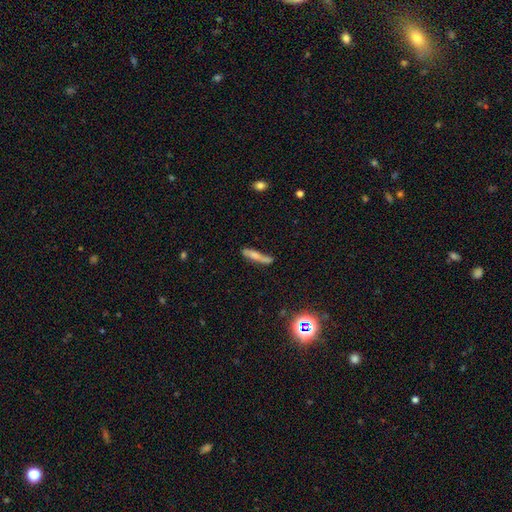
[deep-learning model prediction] Morphology: type=smooth (62%); roundness=cigar-shaped (86%); merging=none (60%).